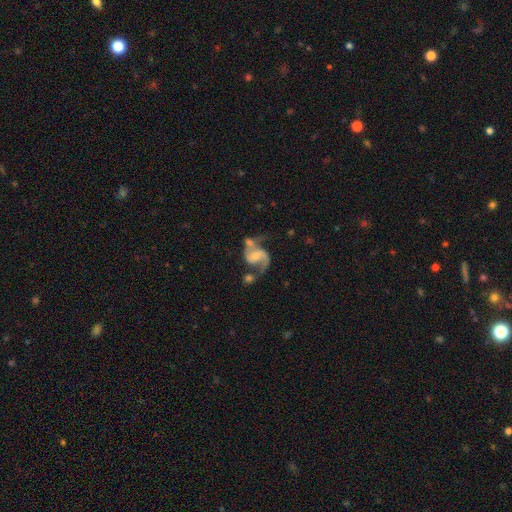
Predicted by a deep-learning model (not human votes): Q: Smooth or featured?
A: featured or disk (86%); runner-up: smooth (8%)
Q: Edge-on disk?
A: no (98%); runner-up: yes (2%)
Q: Bar?
A: no (48%); runner-up: weak (39%)
Q: Spiral arms?
A: yes (96%); runner-up: no (4%)
Q: Spiral winding?
A: medium (49%); runner-up: loose (40%)
Q: Spiral arm count?
A: 2 (86%); runner-up: 1 (8%)
Q: Bulge size?
A: small (48%); runner-up: moderate (40%)
Q: Merging?
A: none (43%); runner-up: merger (24%)